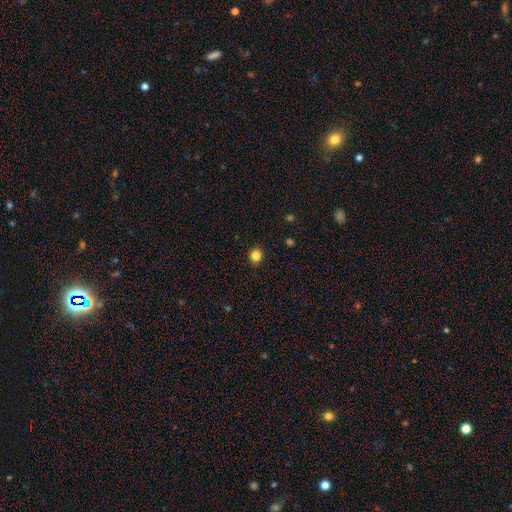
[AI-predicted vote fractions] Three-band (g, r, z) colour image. It shows a smooth galaxy with no disk features (84%) that is round (85%). Merging: none (90%).